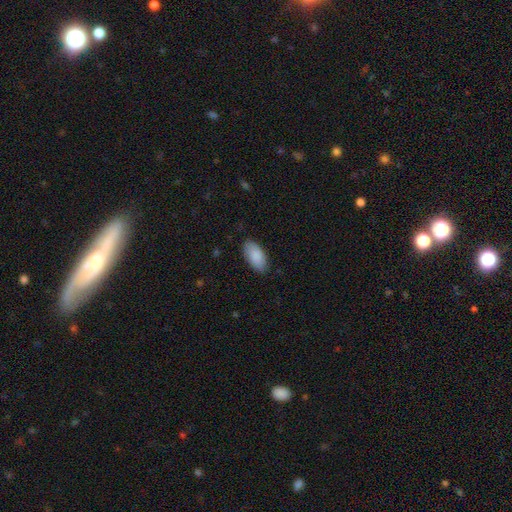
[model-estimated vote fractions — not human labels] The model was most divided on "merging": none: 85%, minor disturbance: 11%, major disturbance: 2%, merger: 1%. More confident: how rounded — in between (94%); smooth or featured — smooth (88%).